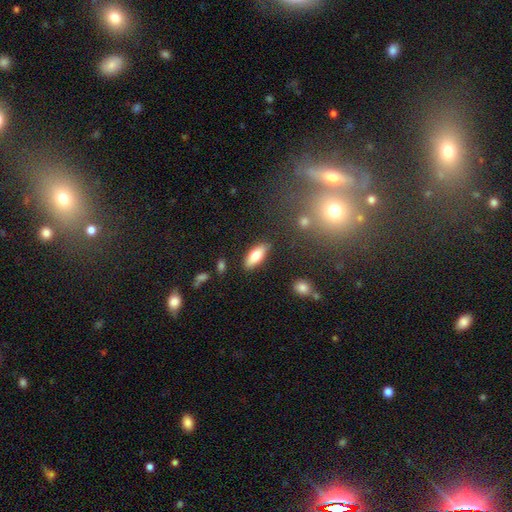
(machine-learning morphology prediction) This appears to be a smooth galaxy with no disk features (75%) that is in between round and cigar-shaped (75%). Merging: none (85%).